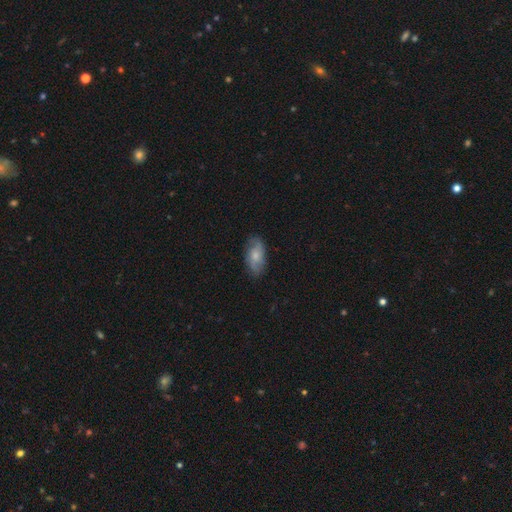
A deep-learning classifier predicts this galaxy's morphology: A smooth galaxy with no disk features (50%). Merging: none (77%).